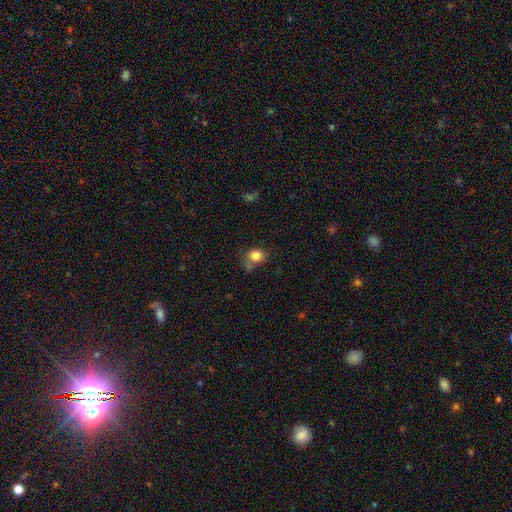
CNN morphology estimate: smooth_or_featured: smooth (p=0.82) [alt: star or artifact p=0.10]
how_rounded: round (p=0.64) [alt: in between p=0.35]
merging: none (p=0.51) [alt: minor disturbance p=0.25]